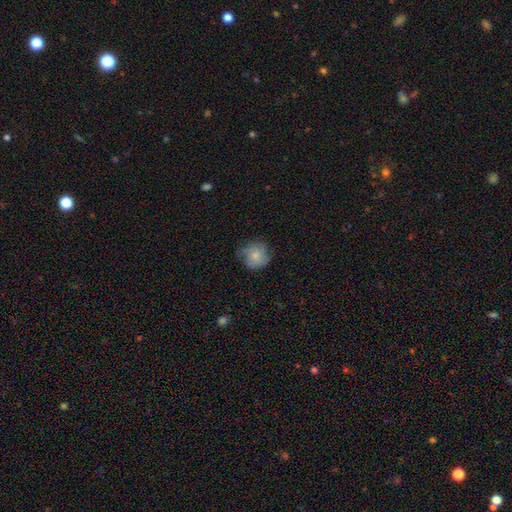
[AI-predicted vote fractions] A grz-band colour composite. It shows a smooth galaxy with no disk features (75%) that is round (88%). Merging: none (66%).